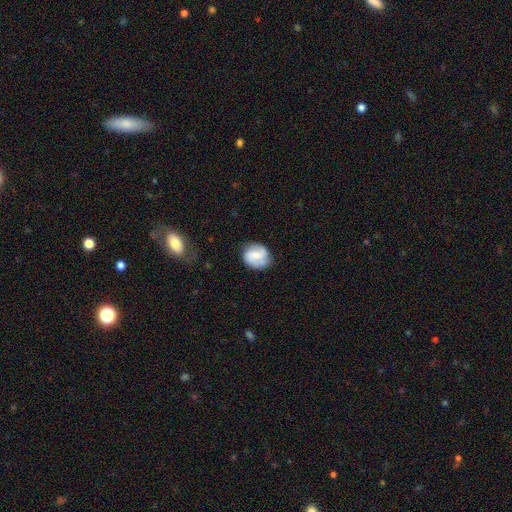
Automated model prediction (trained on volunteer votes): This appears to be a featured or disk galaxy (48%). Merging: none (70%).